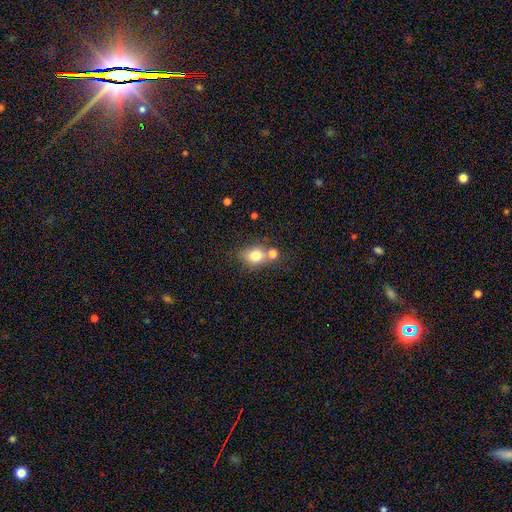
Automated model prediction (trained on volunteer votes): smooth_or_featured: smooth (p=0.77) [alt: featured or disk p=0.12]
how_rounded: round (p=0.55) [alt: in between p=0.44]
merging: none (p=0.51) [alt: merger p=0.31]